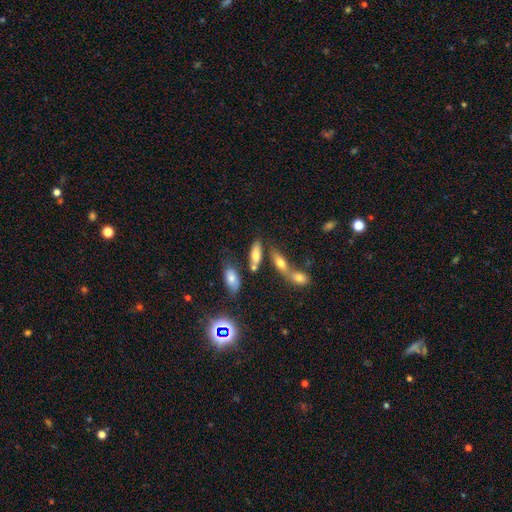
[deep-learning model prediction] This appears to be a smooth galaxy with no disk features (68%) that is in between round and cigar-shaped (73%). Merging: none (50%).